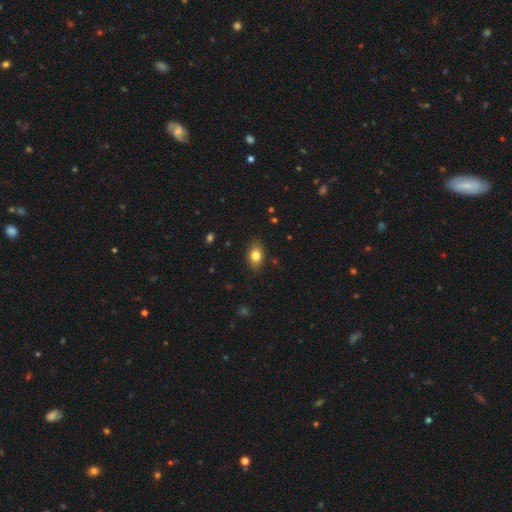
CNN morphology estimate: Smooth or featured: smooth — 80% (featured or disk — 11%)
How rounded: in between — 81% (round — 16%)
Merging: none — 85% (minor disturbance — 11%)